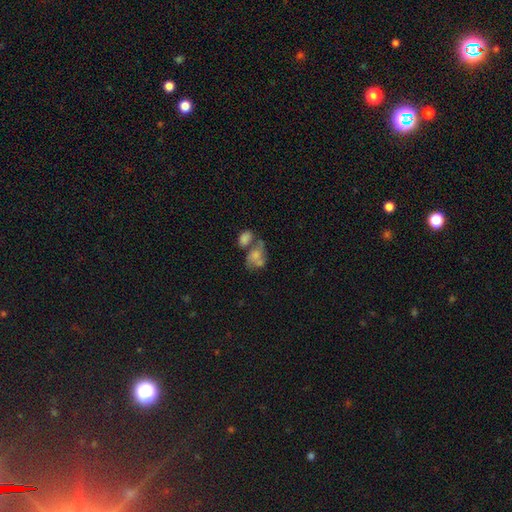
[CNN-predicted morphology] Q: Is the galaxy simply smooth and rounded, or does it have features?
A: smooth — 56%.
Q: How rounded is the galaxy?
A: in between — 75%.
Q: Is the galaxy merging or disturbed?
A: merger — 50%.